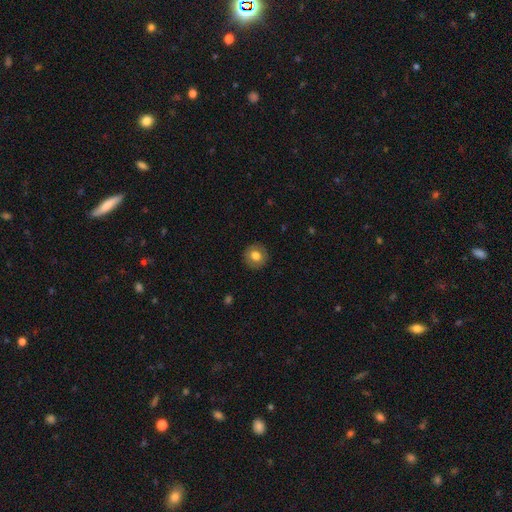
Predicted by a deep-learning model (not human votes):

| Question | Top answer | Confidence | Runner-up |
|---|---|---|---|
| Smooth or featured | smooth | 78% | featured or disk (13%) |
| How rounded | round | 91% | in between (8%) |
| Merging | none | 91% | minor disturbance (6%) |